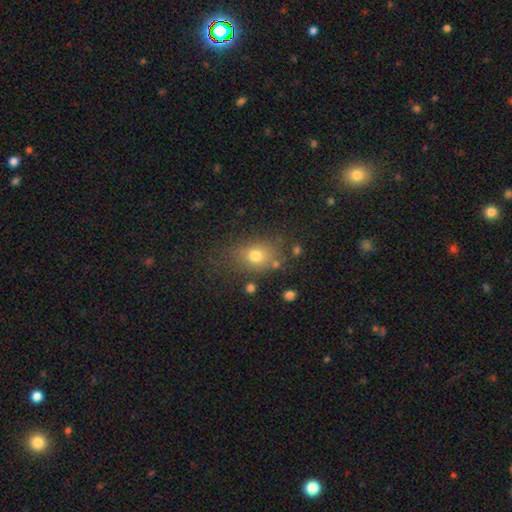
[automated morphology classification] A smooth galaxy with no disk features (74%) that is in between round and cigar-shaped (58%). Merging: none (68%).